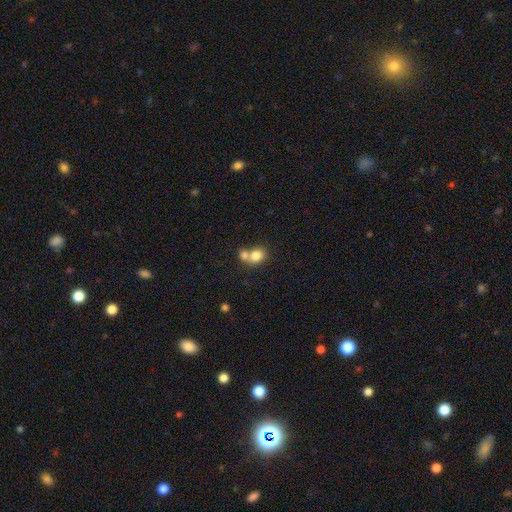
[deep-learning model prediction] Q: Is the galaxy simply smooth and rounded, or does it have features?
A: smooth — 79%.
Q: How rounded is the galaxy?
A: round — 61%.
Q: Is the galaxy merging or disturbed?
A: merger — 58%.